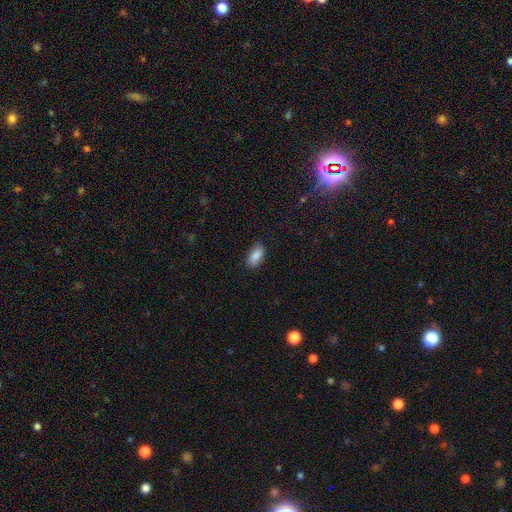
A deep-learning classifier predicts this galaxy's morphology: type=smooth (89%); roundness=in between (91%); merging=none (86%).